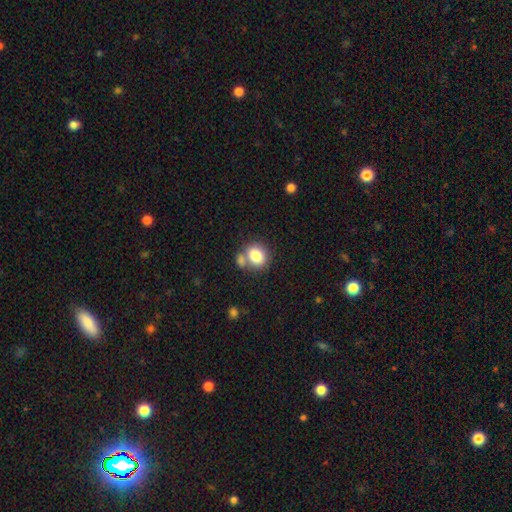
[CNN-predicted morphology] smooth_or_featured: smooth (p=0.82) [alt: star or artifact p=0.09]
how_rounded: round (p=0.59) [alt: in between p=0.40]
merging: none (p=0.53) [alt: merger p=0.30]